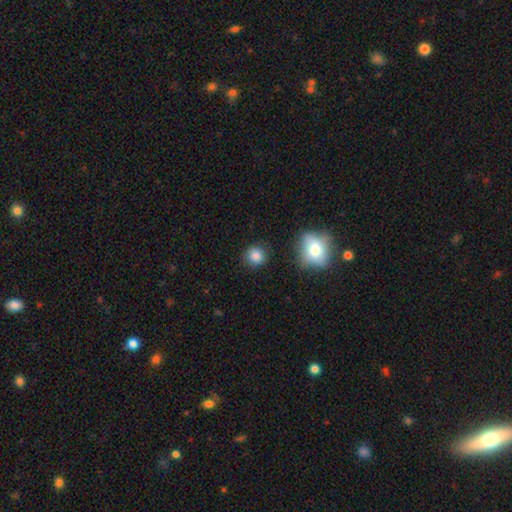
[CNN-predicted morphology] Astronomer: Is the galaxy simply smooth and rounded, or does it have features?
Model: smooth — 85%.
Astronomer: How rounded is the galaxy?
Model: round — 88%.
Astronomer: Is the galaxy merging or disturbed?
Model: none — 83%.